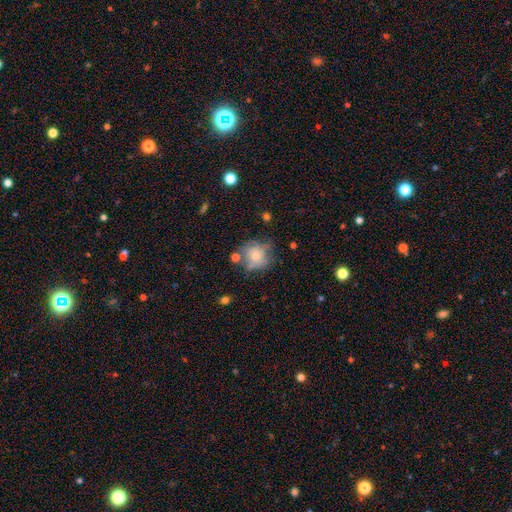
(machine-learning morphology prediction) smooth 64%, featured or disk 27%, star or artifact 9%. Down the decision tree: how rounded — round (82%); merging — none (51%).